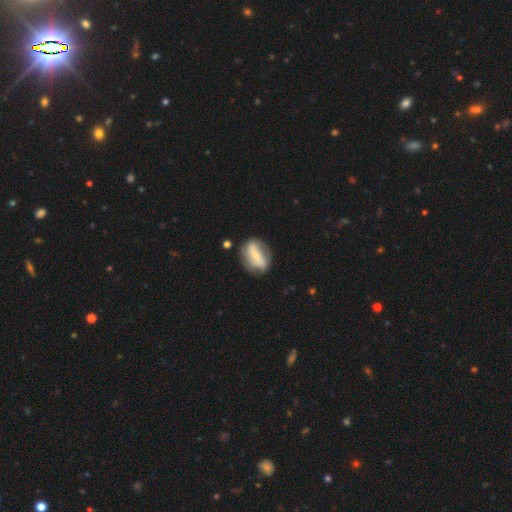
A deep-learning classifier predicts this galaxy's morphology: The model was most divided on "bar": strong: 49%, weak: 27%, no: 24%. More confident: edge-on disk — no (93%); spiral arms — yes (71%); merging — none (69%); smooth or featured — featured or disk (64%); bulge size — small (59%).